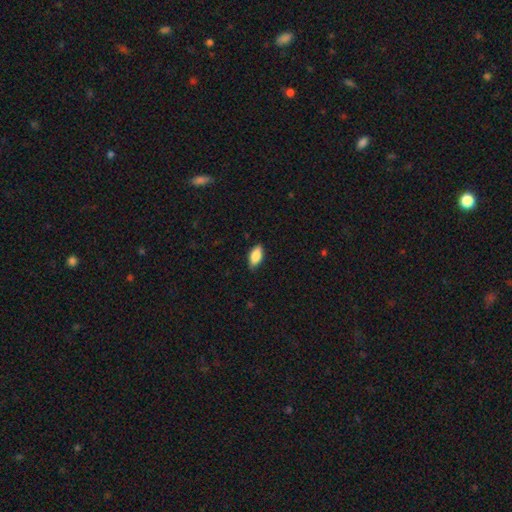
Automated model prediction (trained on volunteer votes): Smooth or featured: smooth — 82% (featured or disk — 11%)
How rounded: in between — 89% (cigar-shaped — 8%)
Merging: none — 82% (minor disturbance — 14%)